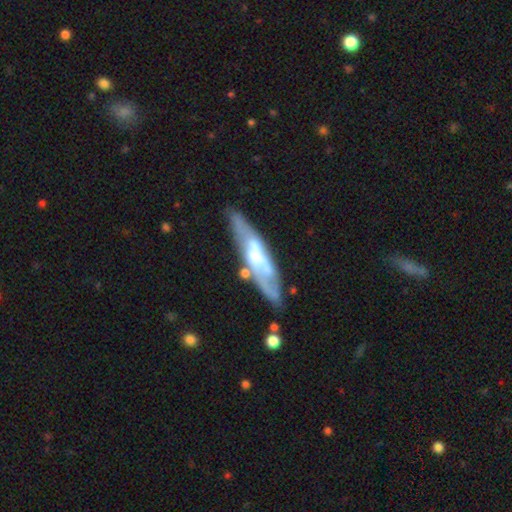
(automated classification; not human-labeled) Smooth or featured? Predicted: featured or disk (p=0.66). Edge-on disk? Predicted: no (p=0.55). Merging? Predicted: none (p=0.64).